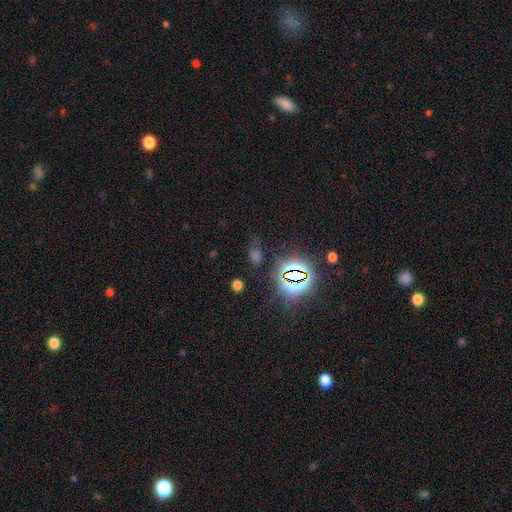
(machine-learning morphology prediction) Smooth or featured: star or artifact — 57% (smooth — 33%)